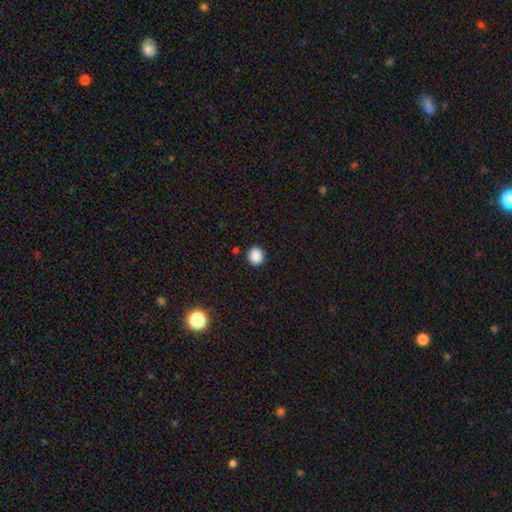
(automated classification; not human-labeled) smooth-or-featured: smooth: 88% | star or artifact: 10% | featured or disk: 3%
  how-rounded: round: 91% | in between: 8% | cigar-shaped: 1%
  merging: none: 92% | minor disturbance: 5% | major disturbance: 2% | merger: 1%